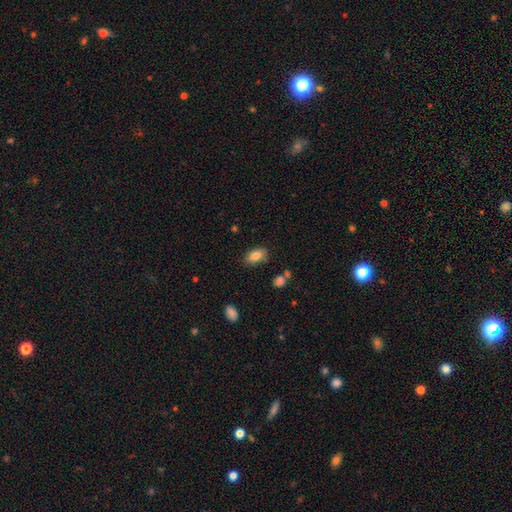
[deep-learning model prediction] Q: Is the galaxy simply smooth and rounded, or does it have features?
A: smooth — 83%.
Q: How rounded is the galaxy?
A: in between — 92%.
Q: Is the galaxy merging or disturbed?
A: none — 82%.